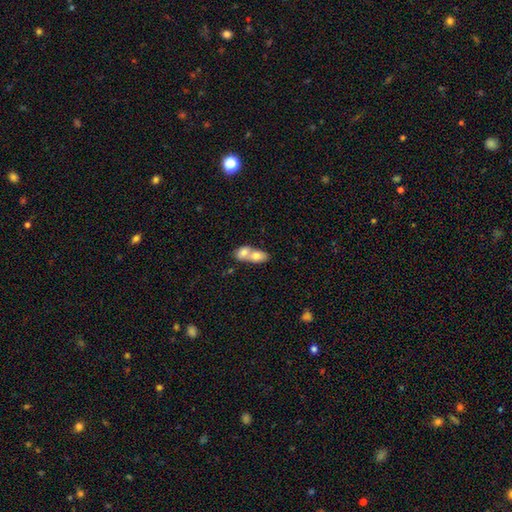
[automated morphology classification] Smooth or featured: smooth — 74% (featured or disk — 19%)
How rounded: in between — 77% (round — 19%)
Merging: merger — 78% (none — 14%)